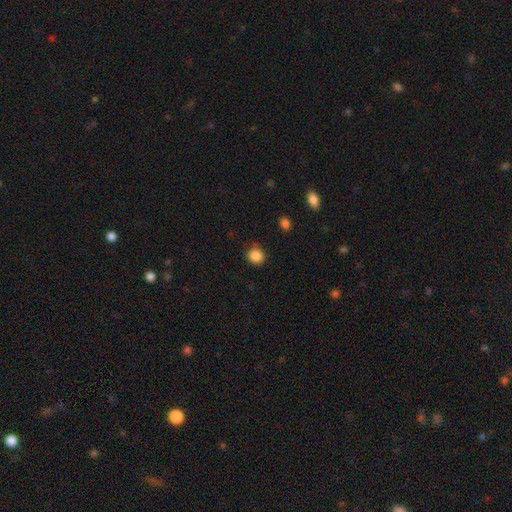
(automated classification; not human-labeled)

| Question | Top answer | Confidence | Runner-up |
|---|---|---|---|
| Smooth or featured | smooth | 86% | star or artifact (10%) |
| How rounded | round | 89% | in between (10%) |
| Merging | none | 85% | minor disturbance (11%) |